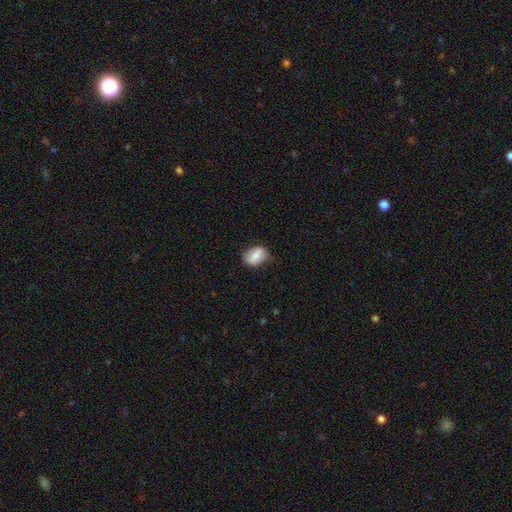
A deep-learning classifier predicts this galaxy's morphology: This is likely a smooth galaxy (72%). How rounded: likely in between (72%). Merging: likely none (69%).